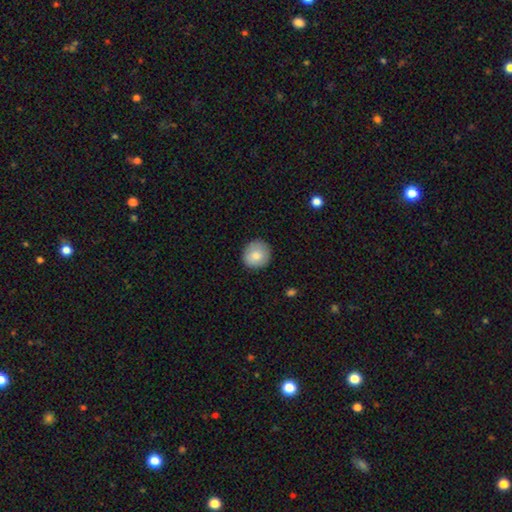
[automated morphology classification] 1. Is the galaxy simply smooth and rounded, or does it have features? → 80% smooth, 13% featured or disk, 7% star or artifact.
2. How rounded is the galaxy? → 90% round, 9% in between, 1% cigar-shaped.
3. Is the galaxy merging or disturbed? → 87% none, 10% minor disturbance, 2% major disturbance, 1% merger.